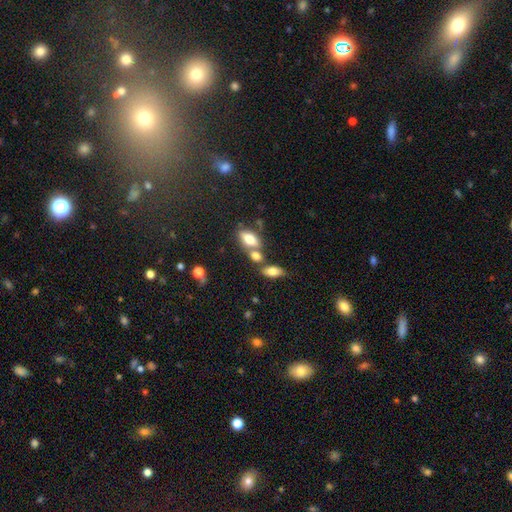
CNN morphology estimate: Q: Smooth or featured?
A: smooth (73%); runner-up: featured or disk (17%)
Q: How rounded?
A: in between (79%); runner-up: cigar-shaped (12%)
Q: Merging?
A: none (49%); runner-up: merger (34%)